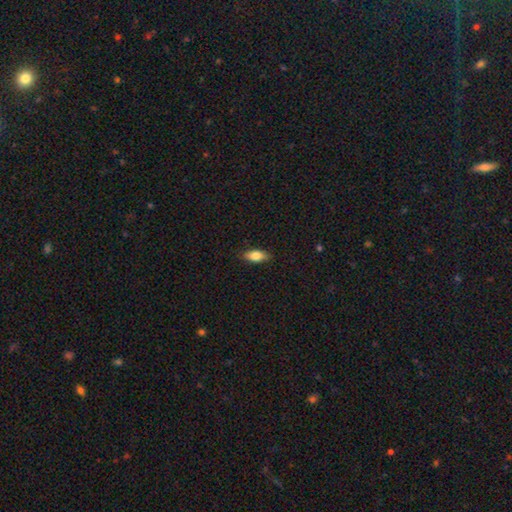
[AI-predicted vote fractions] A smooth galaxy with no disk features (77%) that is in between round and cigar-shaped (82%).

Vote fractions:
- Smooth or featured? smooth: 77% / featured or disk: 16% / star or artifact: 7%
- How rounded? in between: 82% / cigar-shaped: 14% / round: 4%
- Merging? none: 85% / minor disturbance: 12% / major disturbance: 2% / merger: 1%